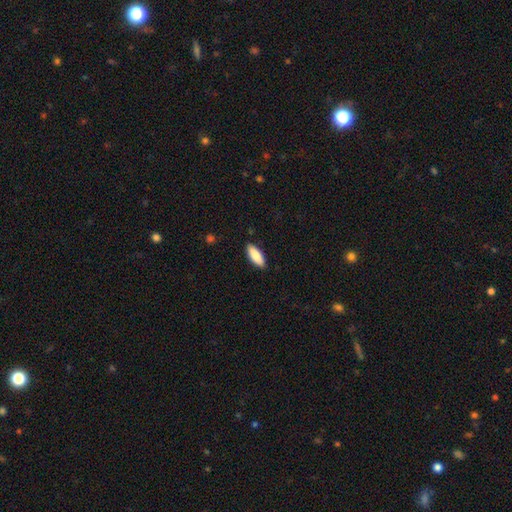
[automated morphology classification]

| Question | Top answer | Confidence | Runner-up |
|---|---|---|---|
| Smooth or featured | smooth | 86% | featured or disk (9%) |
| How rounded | in between | 74% | cigar-shaped (25%) |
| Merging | none | 89% | minor disturbance (9%) |